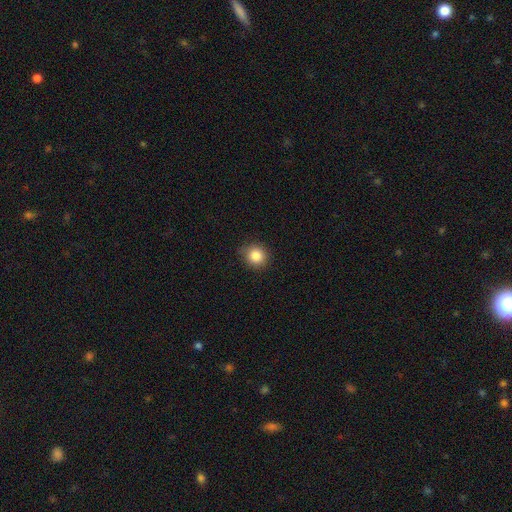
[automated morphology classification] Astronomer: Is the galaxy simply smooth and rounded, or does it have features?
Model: smooth — 85%.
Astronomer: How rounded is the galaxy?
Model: round — 87%.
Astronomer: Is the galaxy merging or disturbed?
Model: none — 83%.